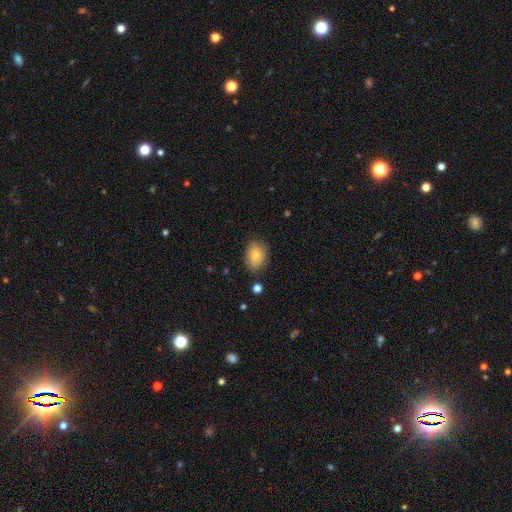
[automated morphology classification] This appears to be a smooth galaxy with no disk features (78%) that is in between round and cigar-shaped (76%). Merging: none (81%).